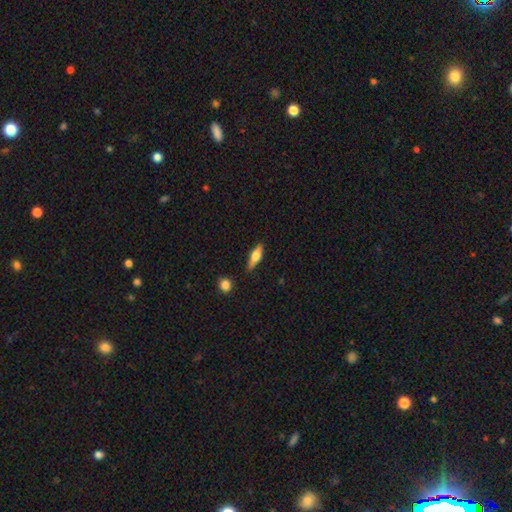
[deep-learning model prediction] Morphology: type=smooth (53%); roundness=cigar-shaped (51%); merging=none (82%).